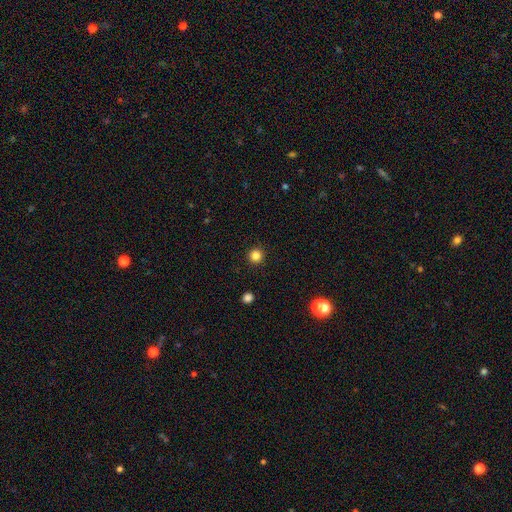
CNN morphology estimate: smooth_or_featured: smooth (p=0.83) [alt: star or artifact p=0.13]
how_rounded: round (p=0.96) [alt: in between p=0.03]
merging: none (p=0.93) [alt: minor disturbance p=0.04]